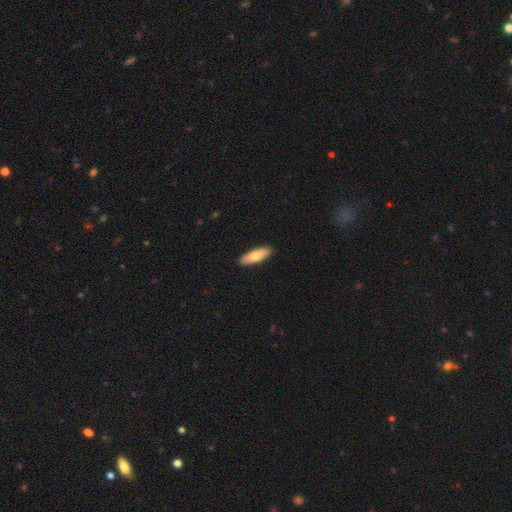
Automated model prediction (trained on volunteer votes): A smooth galaxy with no disk features (73%) that is in between round and cigar-shaped (55%).

Vote fractions:
- Smooth or featured? smooth: 73% / featured or disk: 22% / star or artifact: 5%
- How rounded? in between: 55% / cigar-shaped: 43% / round: 2%
- Merging? none: 91% / minor disturbance: 7% / major disturbance: 1% / merger: 1%